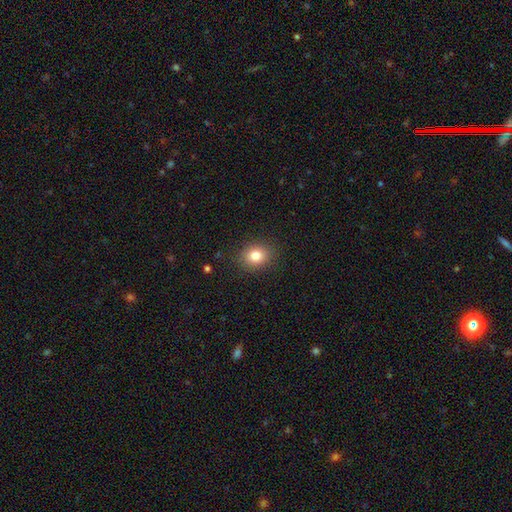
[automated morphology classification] A smooth galaxy with no disk features (81%) that is round (58%).

Vote fractions:
- Smooth or featured? smooth: 81% / star or artifact: 11% / featured or disk: 8%
- How rounded? round: 58% / in between: 41% / cigar-shaped: 1%
- Merging? none: 88% / minor disturbance: 8% / major disturbance: 3% / merger: 1%